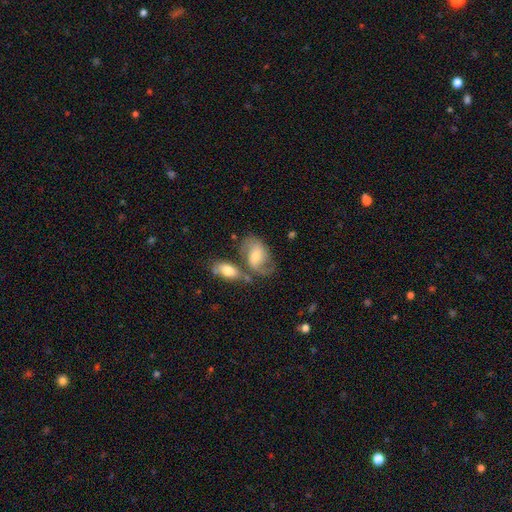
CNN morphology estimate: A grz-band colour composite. It shows a featured or disk galaxy (60%) with a weak bar (45%), spiral arms (86%) and a moderate central bulge (59%). Merging: none (44%).